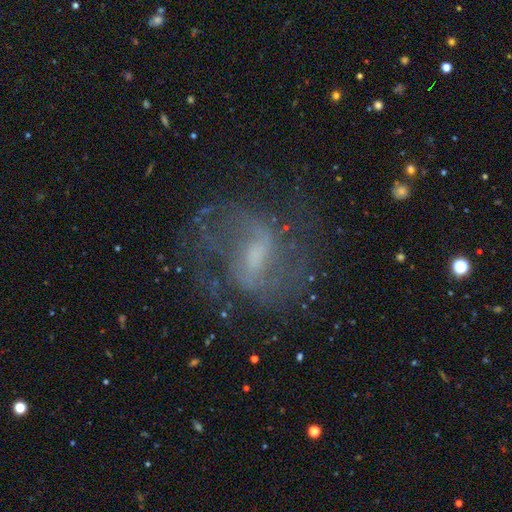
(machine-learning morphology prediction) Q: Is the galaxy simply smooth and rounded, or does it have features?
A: featured or disk — 83%.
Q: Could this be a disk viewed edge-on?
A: no — 97%.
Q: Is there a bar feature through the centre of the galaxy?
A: weak — 56%.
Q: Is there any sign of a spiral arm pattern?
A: yes — 91%.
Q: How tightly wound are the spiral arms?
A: medium — 48%.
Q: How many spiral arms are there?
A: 2 — 82%.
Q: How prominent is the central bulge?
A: small — 41%.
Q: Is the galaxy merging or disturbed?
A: none — 67%.